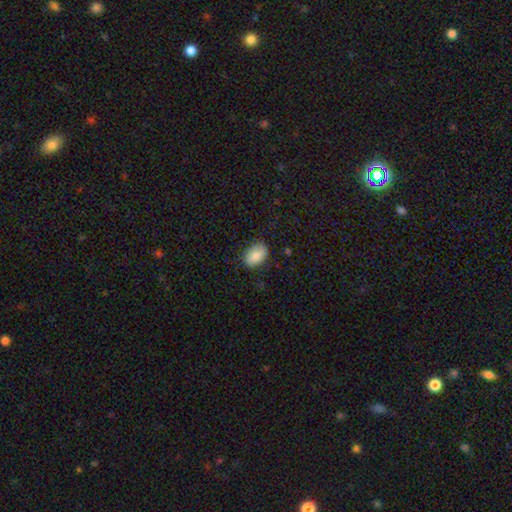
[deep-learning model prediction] Smooth or featured?
  - smooth: 85% *
  - featured or disk: 8%
  - star or artifact: 7%
How rounded?
  - in between: 84% *
  - round: 15%
  - cigar-shaped: 1%
Merging?
  - none: 79% *
  - minor disturbance: 17%
  - major disturbance: 3%
  - merger: 1%